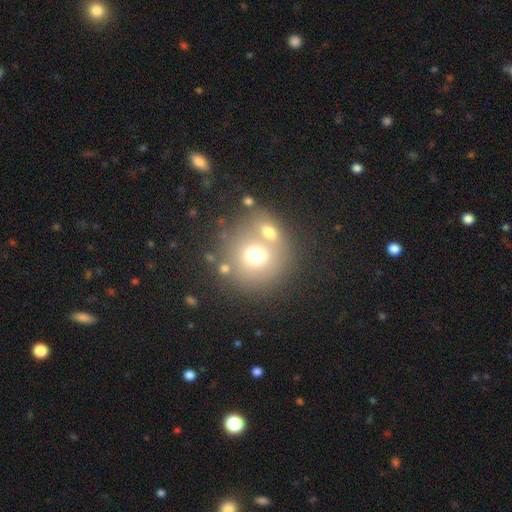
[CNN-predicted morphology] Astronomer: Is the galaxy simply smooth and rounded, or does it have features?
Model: smooth — 68%.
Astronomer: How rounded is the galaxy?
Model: round — 89%.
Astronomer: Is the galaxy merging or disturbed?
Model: none — 52% (runner-up: merger, 34%).